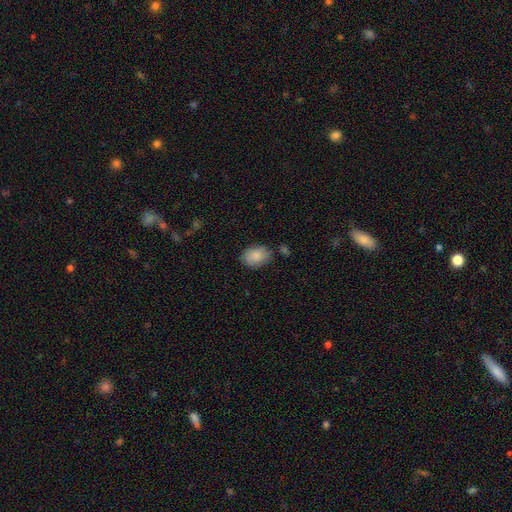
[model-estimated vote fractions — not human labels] The model was most divided on "merging": none: 76%, minor disturbance: 16%, merger: 4%, major disturbance: 4%. More confident: smooth or featured — smooth (87%); how rounded — in between (80%).